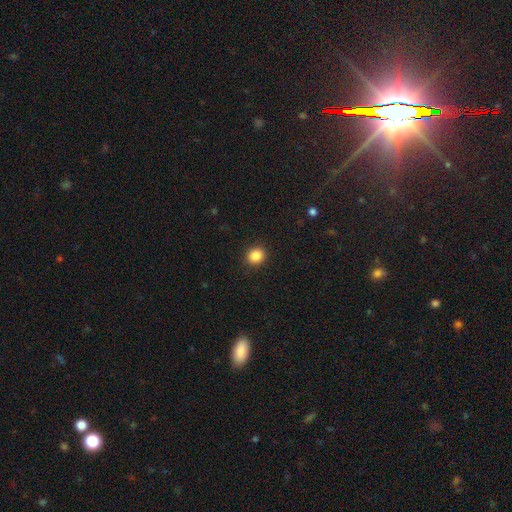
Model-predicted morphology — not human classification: smooth 87%, star or artifact 10%, featured or disk 3%. Down the decision tree: how rounded — round (84%); merging — none (91%).